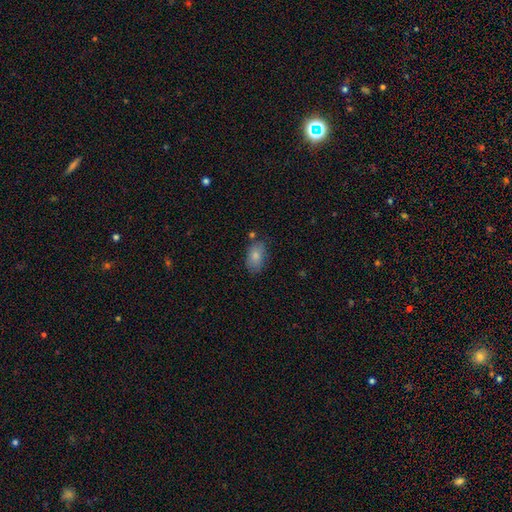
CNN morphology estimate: Q: Smooth or featured?
A: smooth (81%); runner-up: featured or disk (12%)
Q: How rounded?
A: in between (90%); runner-up: round (8%)
Q: Merging?
A: none (71%); runner-up: minor disturbance (19%)